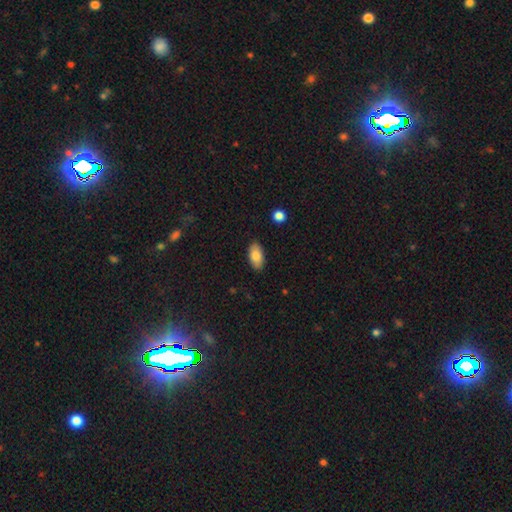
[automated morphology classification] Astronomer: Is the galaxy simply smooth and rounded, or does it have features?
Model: smooth — 84%.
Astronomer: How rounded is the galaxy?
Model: in between — 93%.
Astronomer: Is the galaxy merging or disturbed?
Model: none — 88%.